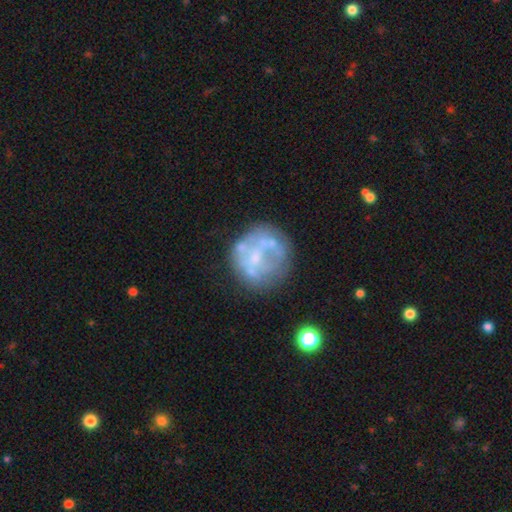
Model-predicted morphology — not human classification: Smooth or featured?
  - featured or disk: 61% *
  - smooth: 29%
  - star or artifact: 10%
Edge-on disk?
  - no: 98% *
  - yes: 2%
Bar?
  - no: 82% *
  - weak: 14%
  - strong: 5%
Spiral arms?
  - no: 87% *
  - yes: 13%
Bulge size?
  - none: 44% *
  - small: 32%
  - moderate: 21%
  - large: 2%
  - dominant: 1%
Merging?
  - none: 59% *
  - minor disturbance: 18%
  - major disturbance: 14%
  - merger: 9%